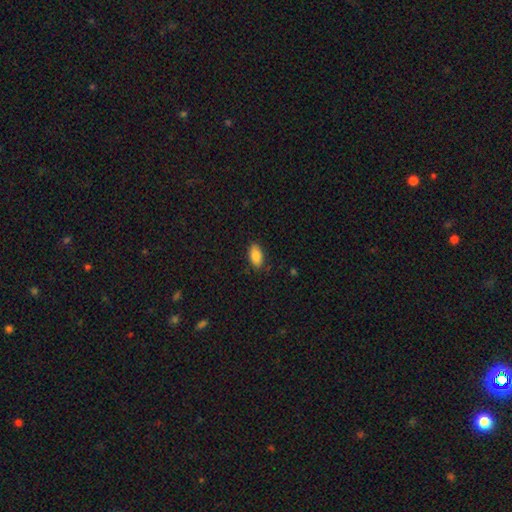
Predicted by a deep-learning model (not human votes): Smooth or featured?
  - smooth: 86% *
  - featured or disk: 7%
  - star or artifact: 7%
How rounded?
  - in between: 93% *
  - cigar-shaped: 4%
  - round: 3%
Merging?
  - none: 84% *
  - minor disturbance: 12%
  - major disturbance: 2%
  - merger: 1%